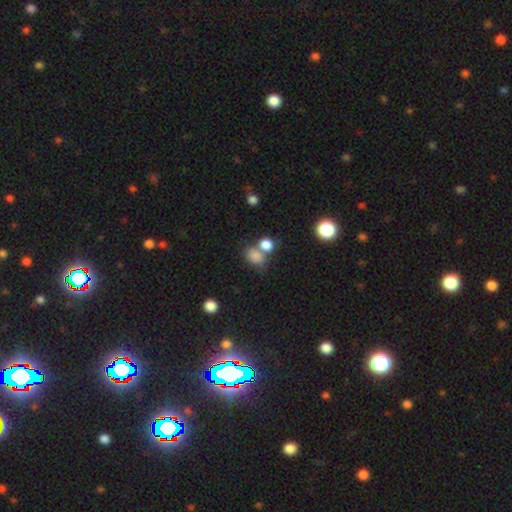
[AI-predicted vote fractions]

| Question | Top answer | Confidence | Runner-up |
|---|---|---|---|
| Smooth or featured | smooth | 81% | star or artifact (12%) |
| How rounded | in between | 59% | round (40%) |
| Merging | none | 42% | merger (39%) |